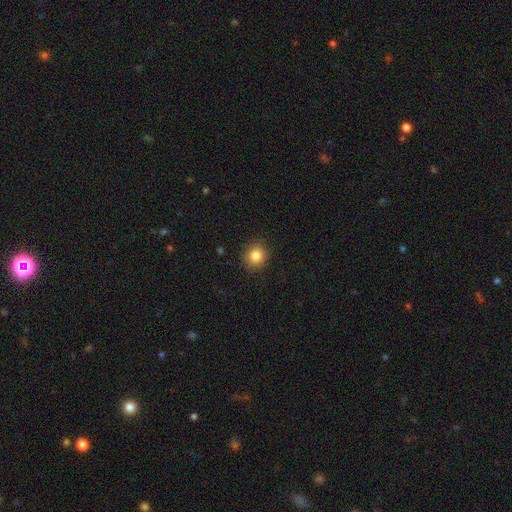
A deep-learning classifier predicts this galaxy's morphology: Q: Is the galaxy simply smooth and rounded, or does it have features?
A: smooth — 85%.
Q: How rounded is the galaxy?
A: round — 85%.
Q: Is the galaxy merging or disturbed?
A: none — 89%.